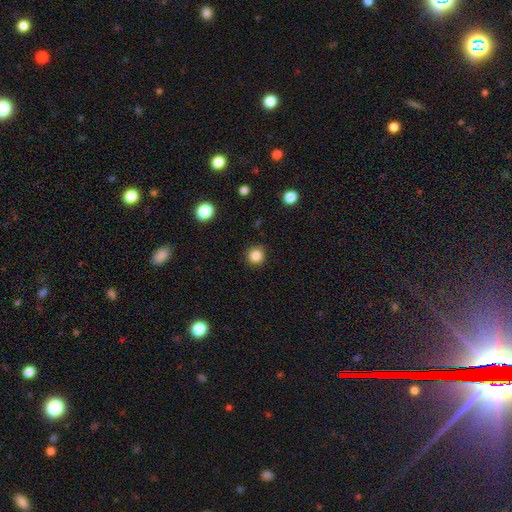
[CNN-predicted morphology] smooth 85%, star or artifact 11%, featured or disk 4%. Down the decision tree: how rounded — round (94%); merging — none (90%).